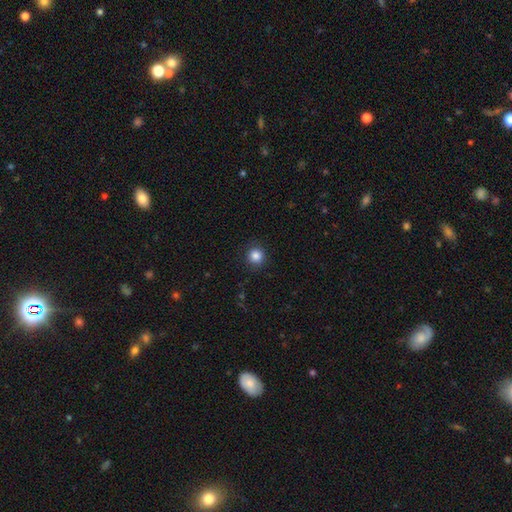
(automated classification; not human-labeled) smooth 85%, star or artifact 11%, featured or disk 4%. Down the decision tree: how rounded — round (93%); merging — none (90%).